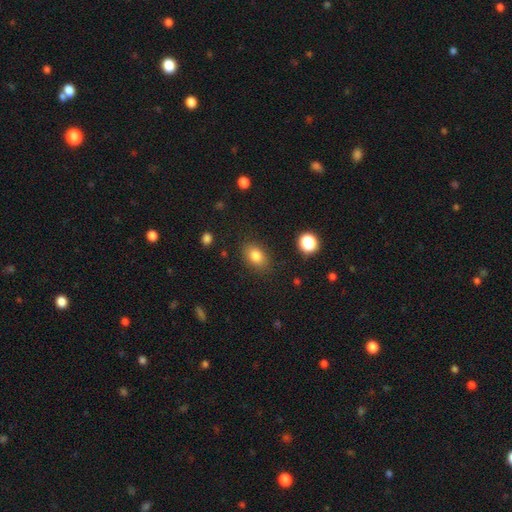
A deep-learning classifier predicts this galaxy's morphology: smooth-or-featured: smooth: 82% | star or artifact: 10% | featured or disk: 8%
  how-rounded: in between: 77% | round: 22% | cigar-shaped: 1%
  merging: none: 84% | minor disturbance: 11% | major disturbance: 3% | merger: 2%